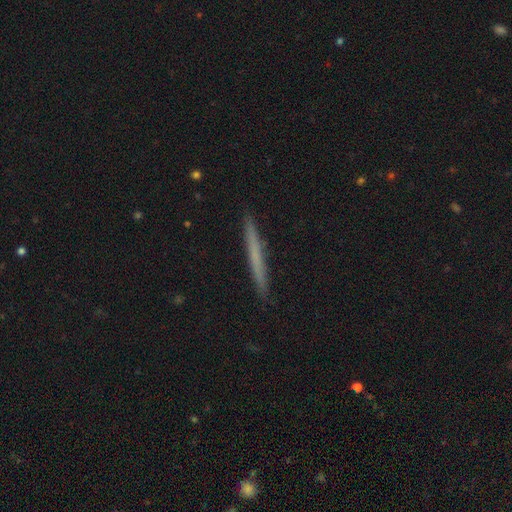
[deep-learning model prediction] Smooth or featured? Predicted: smooth (p=0.57). How rounded? Predicted: cigar-shaped (p=0.97). Merging? Predicted: none (p=0.92).